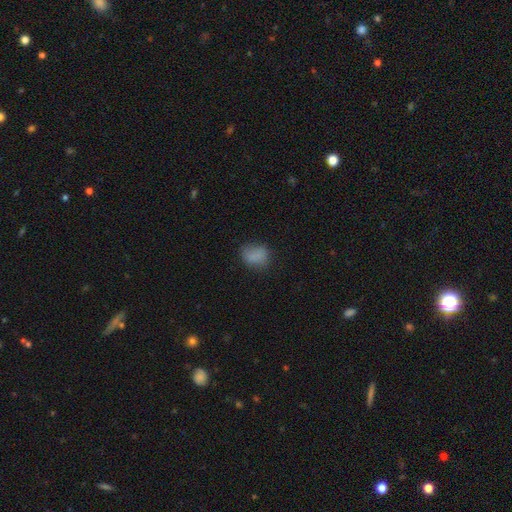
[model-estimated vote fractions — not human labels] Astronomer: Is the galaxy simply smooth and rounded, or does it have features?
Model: smooth — 80%.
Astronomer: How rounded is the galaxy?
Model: in between — 57% (runner-up: round, 41%).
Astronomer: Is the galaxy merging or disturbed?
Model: none — 64%.